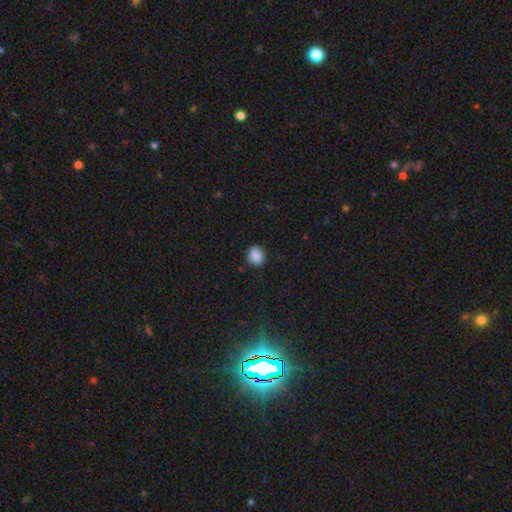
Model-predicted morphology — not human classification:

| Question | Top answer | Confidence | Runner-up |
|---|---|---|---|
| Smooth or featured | smooth | 88% | star or artifact (9%) |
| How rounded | round | 61% | in between (38%) |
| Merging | none | 85% | minor disturbance (11%) |